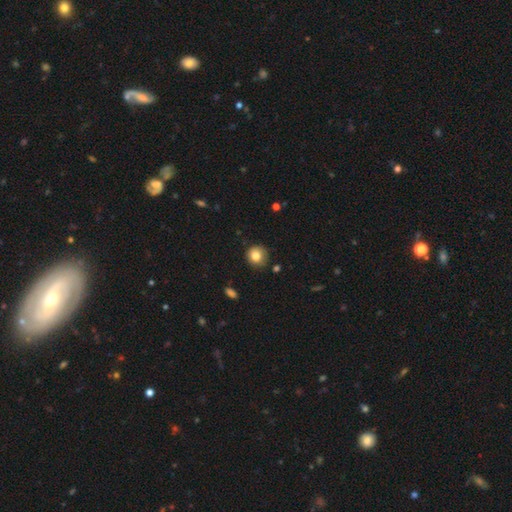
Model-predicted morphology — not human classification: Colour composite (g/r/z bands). It shows a smooth galaxy with no disk features (83%) that is round (89%). Merging: none (80%).